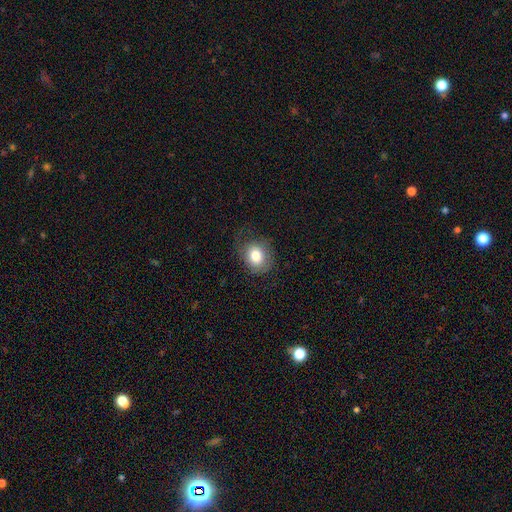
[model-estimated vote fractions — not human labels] This appears to be a smooth galaxy with no disk features (79%) that is round (69%). Merging: none (70%).